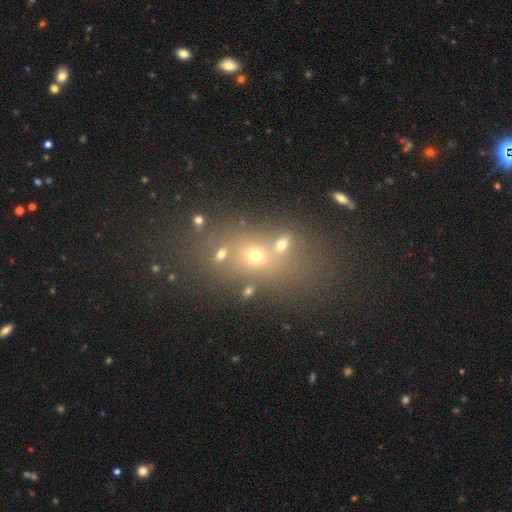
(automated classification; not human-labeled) A smooth galaxy with no disk features (49%). Merging: none (47%).